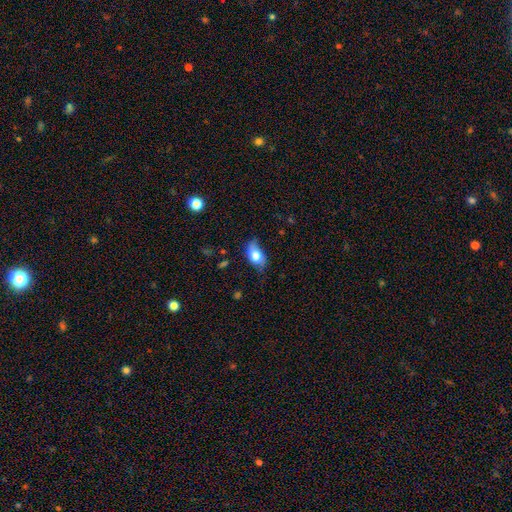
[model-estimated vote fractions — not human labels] Overall: smooth (78%). How rounded: in between (89%). Merging: none (52%; minor disturbance 37%).